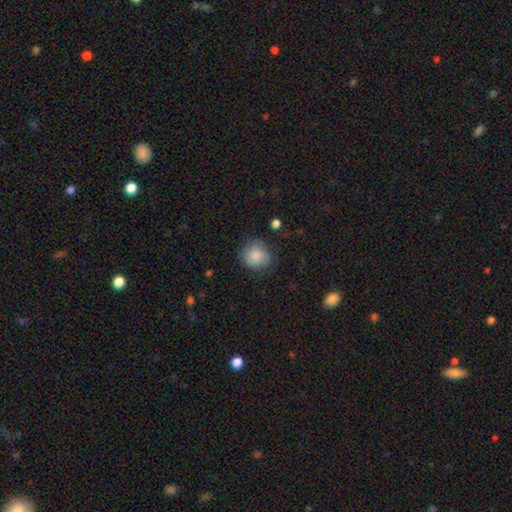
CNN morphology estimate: Smooth or featured? Predicted: smooth (p=0.84). How rounded? Predicted: round (p=0.86). Merging? Predicted: none (p=0.73).